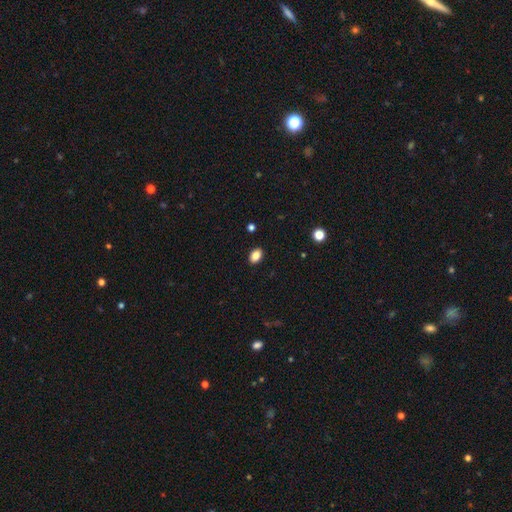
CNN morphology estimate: This is clearly a smooth galaxy (85%). How rounded: clearly in between (82%). Merging: clearly none (90%).